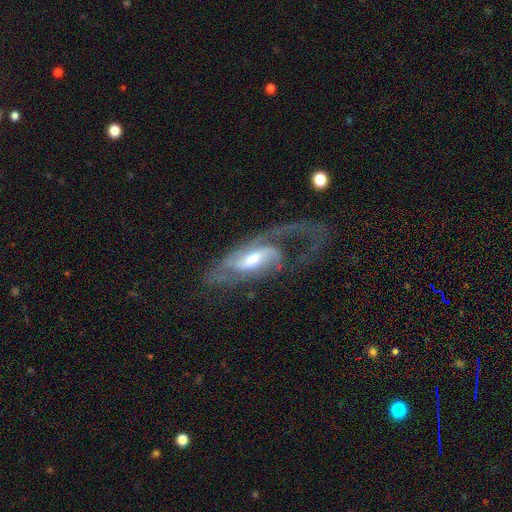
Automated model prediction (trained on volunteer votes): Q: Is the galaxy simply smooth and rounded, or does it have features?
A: featured or disk — 80%.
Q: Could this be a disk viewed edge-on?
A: no — 90%.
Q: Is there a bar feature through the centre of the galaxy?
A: weak — 40%.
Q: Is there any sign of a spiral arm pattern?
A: yes — 90%.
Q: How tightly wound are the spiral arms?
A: loose — 44%.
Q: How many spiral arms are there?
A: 2 — 51%.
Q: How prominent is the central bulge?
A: moderate — 60%.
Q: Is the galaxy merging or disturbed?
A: major disturbance — 47%.